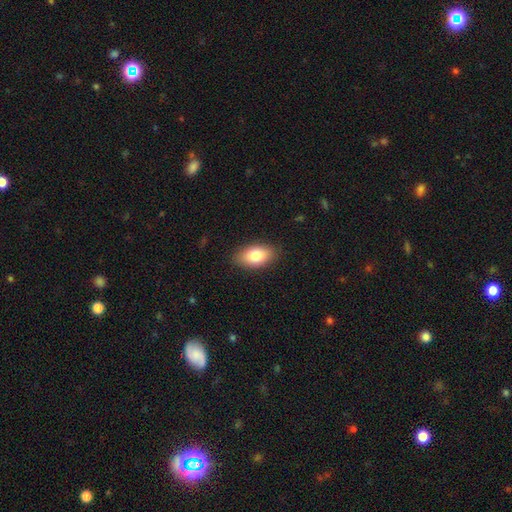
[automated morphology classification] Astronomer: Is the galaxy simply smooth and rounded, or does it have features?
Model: smooth — 83%.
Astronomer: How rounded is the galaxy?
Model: in between — 92%.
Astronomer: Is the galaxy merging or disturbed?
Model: none — 87%.